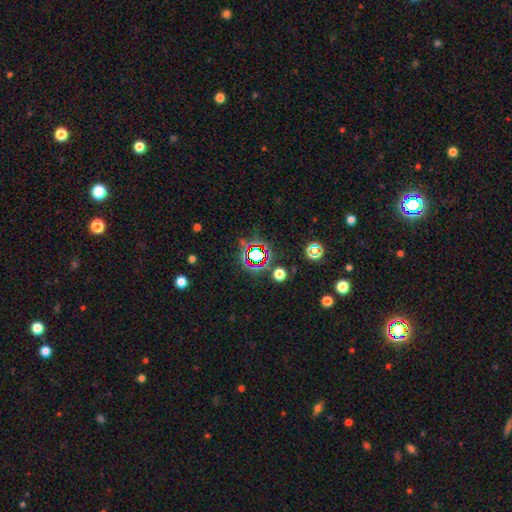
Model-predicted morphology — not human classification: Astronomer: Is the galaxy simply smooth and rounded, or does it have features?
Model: star or artifact — 67%.